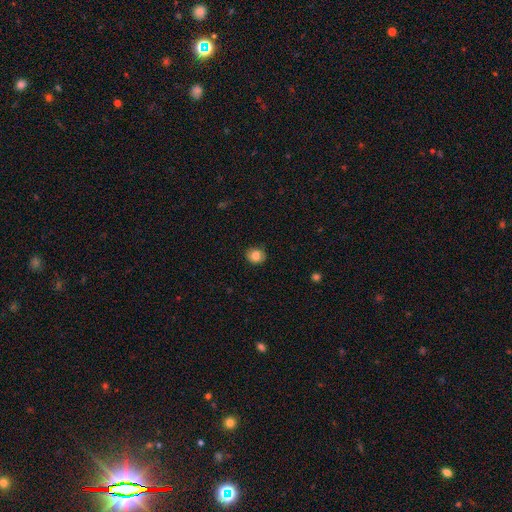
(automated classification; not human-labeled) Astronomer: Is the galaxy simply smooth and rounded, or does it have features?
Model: smooth — 81%.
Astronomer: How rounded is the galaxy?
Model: round — 74%.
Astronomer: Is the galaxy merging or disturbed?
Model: none — 82%.